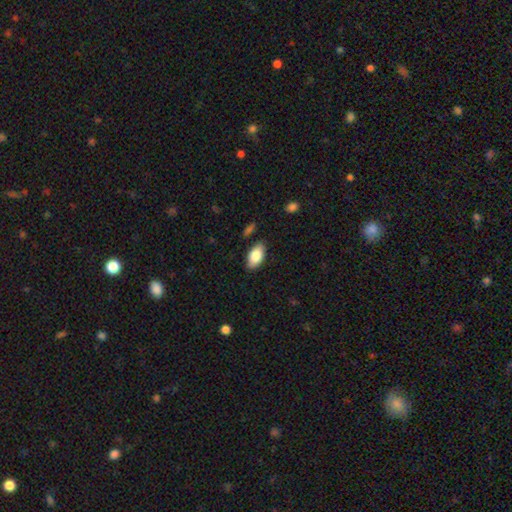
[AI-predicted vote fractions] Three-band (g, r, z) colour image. It shows a smooth galaxy with no disk features (83%) that is in between round and cigar-shaped (93%). Merging: none (85%).